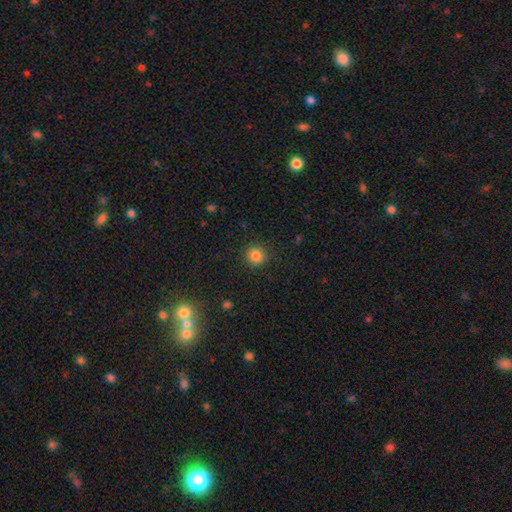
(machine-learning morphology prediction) This is clearly a smooth galaxy (85%). How rounded: clearly round (93%). Merging: clearly none (91%).